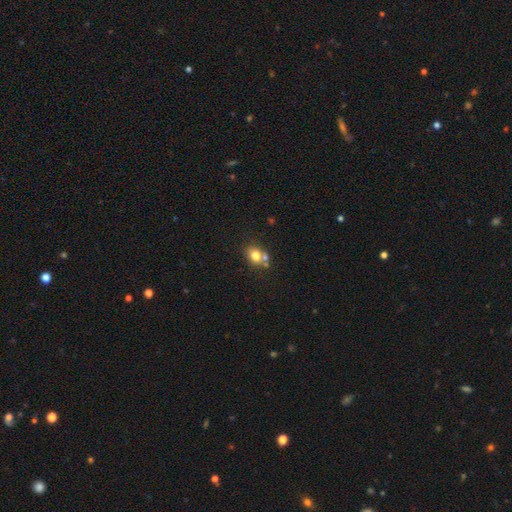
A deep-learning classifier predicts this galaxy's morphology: Smooth or featured: smooth — 76% (star or artifact — 12%)
How rounded: round — 63% (in between — 36%)
Merging: none — 57% (merger — 27%)